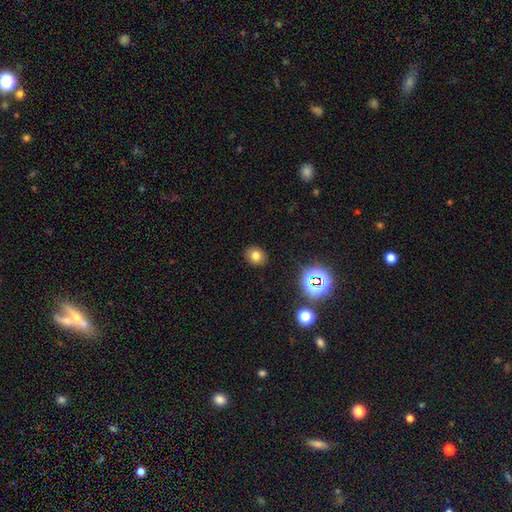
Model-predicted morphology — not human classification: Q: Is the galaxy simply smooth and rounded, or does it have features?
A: smooth — 75%.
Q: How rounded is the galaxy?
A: round — 66%.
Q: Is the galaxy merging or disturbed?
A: none — 89%.